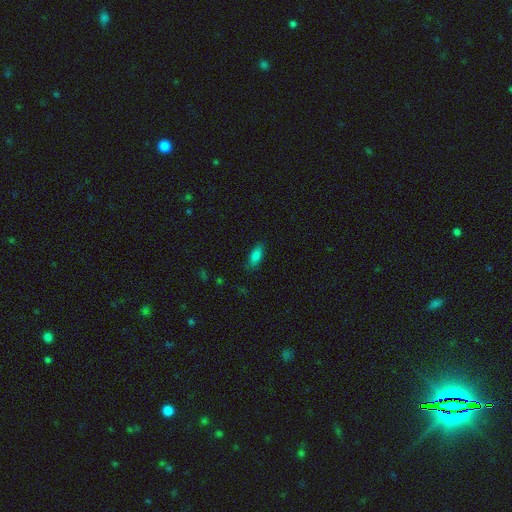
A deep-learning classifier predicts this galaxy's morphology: A smooth galaxy with no disk features (81%) that is in between round and cigar-shaped (78%).

Vote fractions:
- Smooth or featured? smooth: 81% / star or artifact: 10% / featured or disk: 9%
- How rounded? in between: 78% / cigar-shaped: 19% / round: 3%
- Merging? none: 83% / minor disturbance: 13% / major disturbance: 3% / merger: 1%